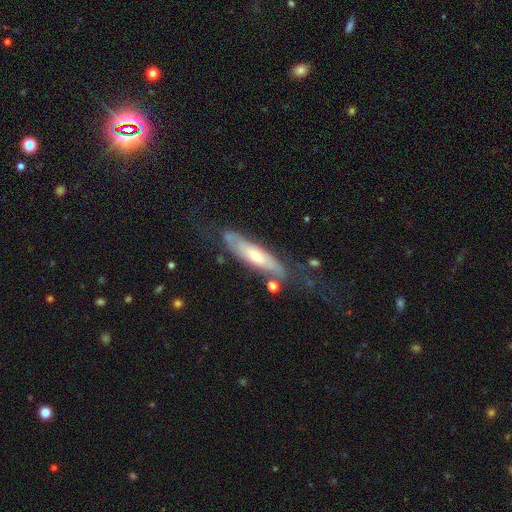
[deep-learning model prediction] Morphology: type=featured or disk (52%); edge-on=no (54%); merging=none (61%).